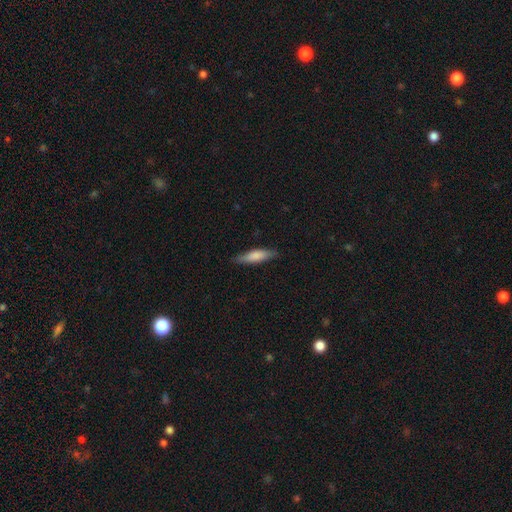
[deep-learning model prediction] A smooth galaxy with no disk features (71%) that is cigar-shaped (73%).

Vote fractions:
- Smooth or featured? smooth: 71% / featured or disk: 23% / star or artifact: 6%
- How rounded? cigar-shaped: 73% / in between: 25% / round: 2%
- Merging? none: 84% / minor disturbance: 12% / major disturbance: 2% / merger: 1%